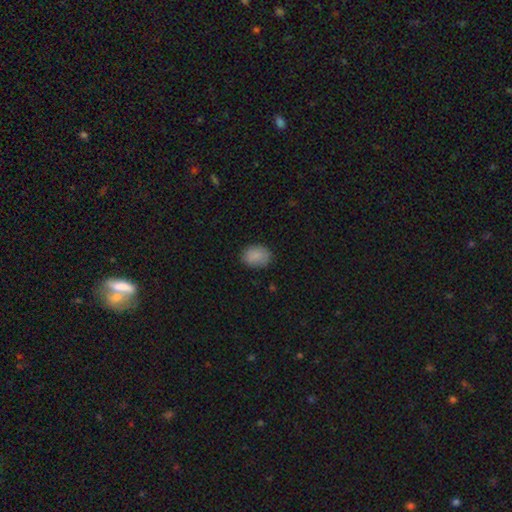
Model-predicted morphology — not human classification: Smooth or featured? Predicted: smooth (p=0.87). How rounded? Predicted: in between (p=0.60). Merging? Predicted: none (p=0.82).